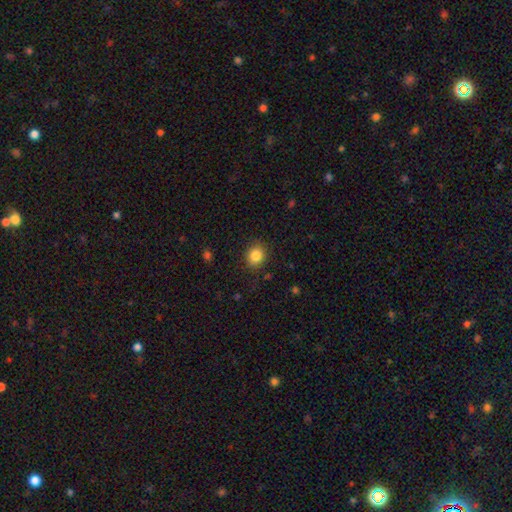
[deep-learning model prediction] A smooth galaxy with no disk features (84%) that is round (77%). Merging: none (86%).